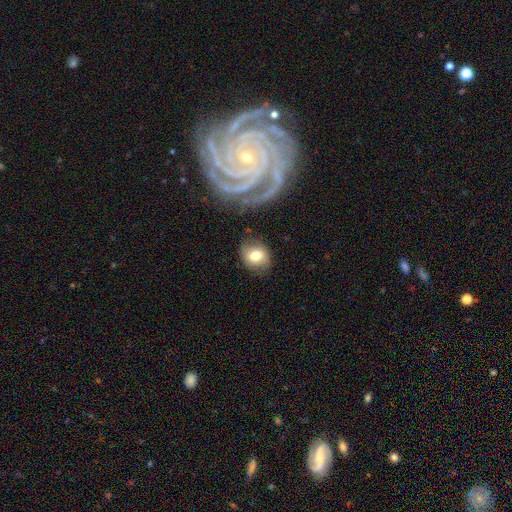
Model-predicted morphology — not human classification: A smooth galaxy with no disk features (72%) that is round (64%). Merging: none (77%).